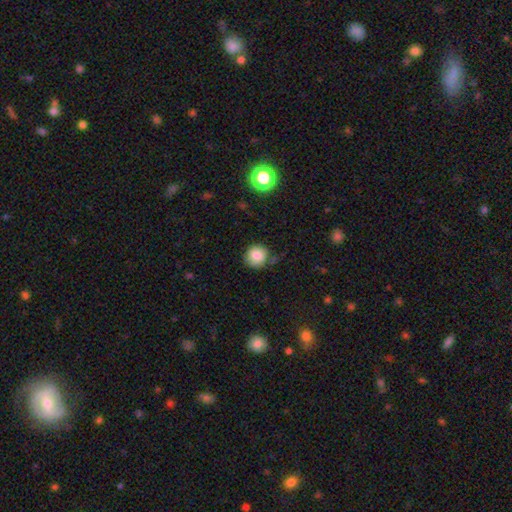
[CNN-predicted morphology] This is clearly a smooth galaxy (83%). How rounded: clearly round (91%). Merging: likely none (74%).